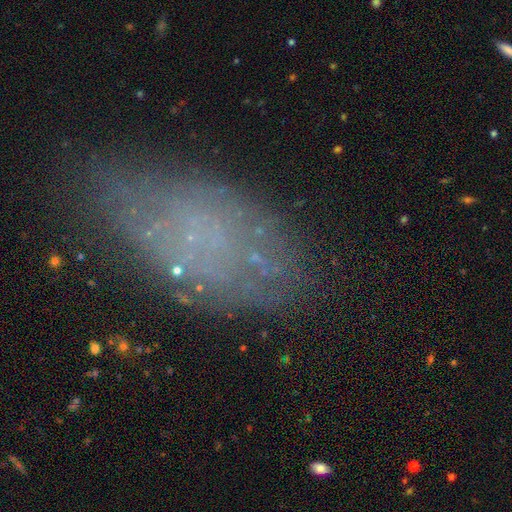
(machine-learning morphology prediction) smooth-or-featured: featured or disk: 41% | smooth: 40% | star or artifact: 19%
  merging: none: 62% | minor disturbance: 22% | major disturbance: 12% | merger: 4%